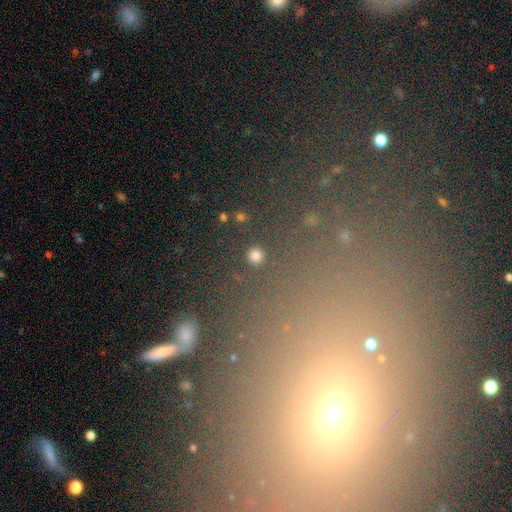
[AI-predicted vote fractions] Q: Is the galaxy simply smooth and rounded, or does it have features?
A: smooth — 81%.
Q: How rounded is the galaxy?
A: round — 95%.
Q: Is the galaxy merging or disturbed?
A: none — 91%.